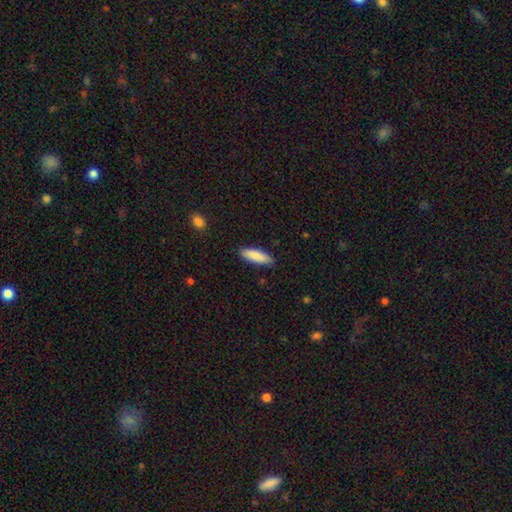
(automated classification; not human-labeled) Smooth or featured: smooth — 87% (featured or disk — 7%)
How rounded: cigar-shaped — 52% (in between — 47%)
Merging: none — 87% (minor disturbance — 10%)